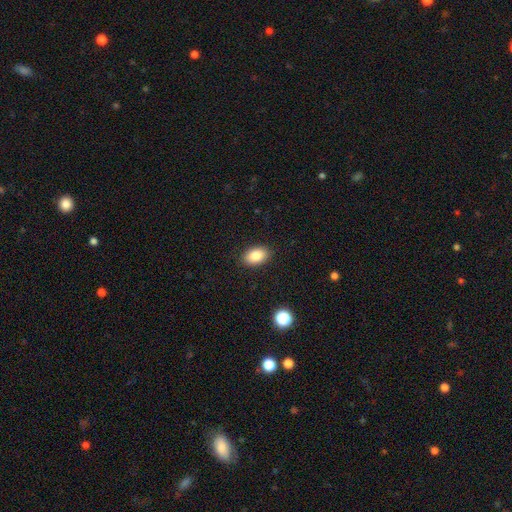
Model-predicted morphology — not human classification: smooth 84%, star or artifact 9%, featured or disk 7%. Down the decision tree: how rounded — in between (89%); merging — none (89%).